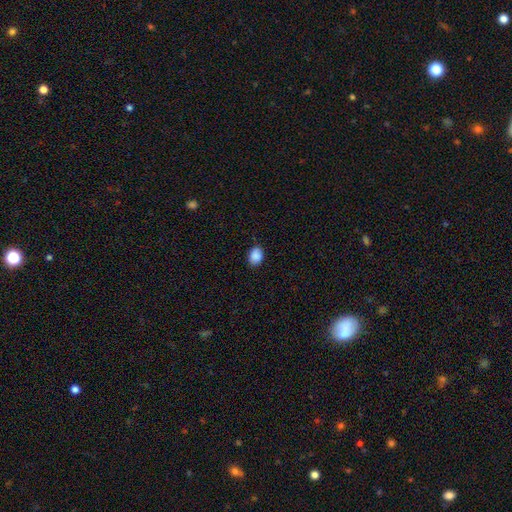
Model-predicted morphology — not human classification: smooth 89%, star or artifact 8%, featured or disk 3%. Down the decision tree: how rounded — in between (68%); merging — none (84%).